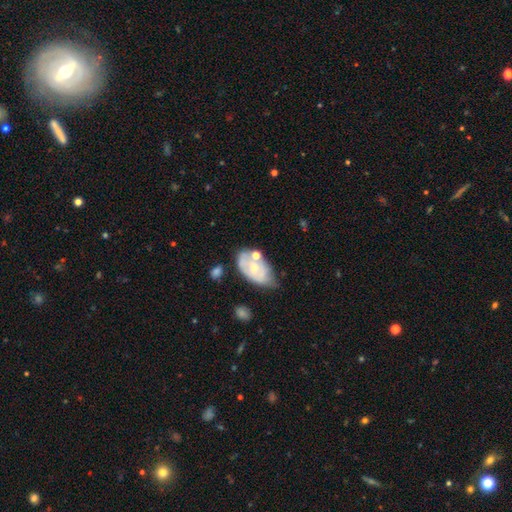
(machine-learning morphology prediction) Smooth or featured? Predicted: featured or disk (p=0.50). Merging? Predicted: minor disturbance (p=0.35, tied with none).